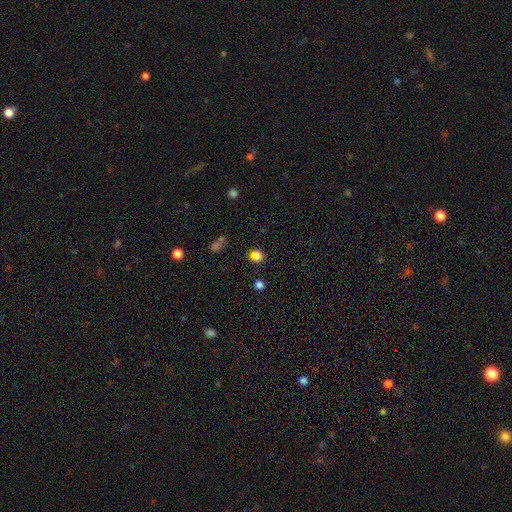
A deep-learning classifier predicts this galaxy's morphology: Smooth or featured: smooth — 75% (star or artifact — 19%)
How rounded: round — 76% (in between — 23%)
Merging: none — 78% (minor disturbance — 12%)